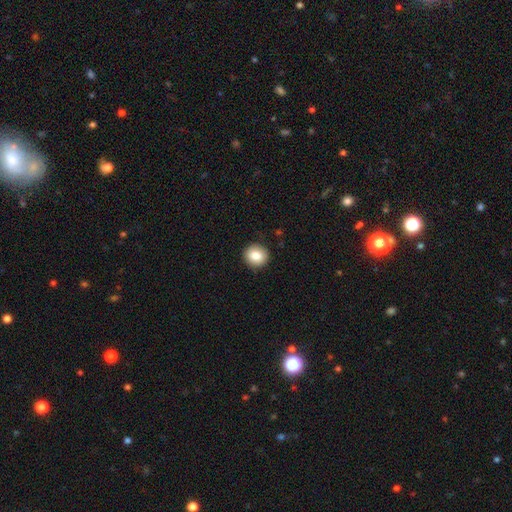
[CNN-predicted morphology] This is clearly a smooth galaxy (84%). How rounded: clearly round (89%). Merging: clearly none (90%).